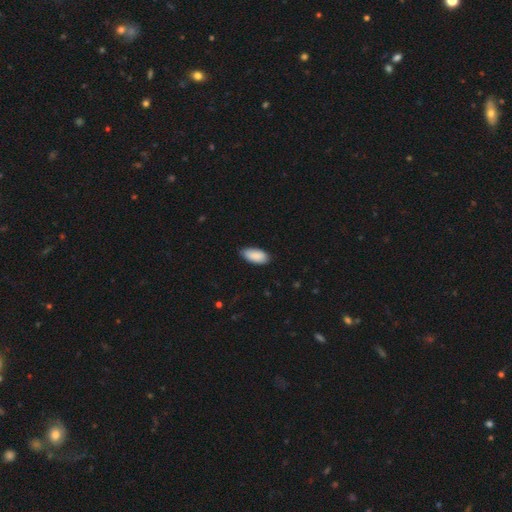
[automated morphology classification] This is clearly a smooth galaxy (89%). How rounded: clearly in between (92%). Merging: likely none (77%).